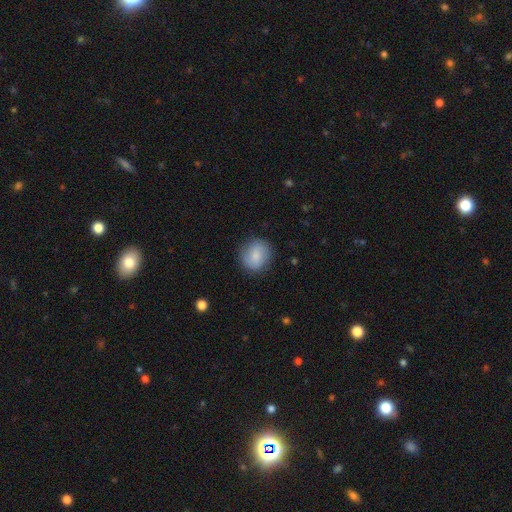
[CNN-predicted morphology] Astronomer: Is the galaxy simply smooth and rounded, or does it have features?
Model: smooth — 77%.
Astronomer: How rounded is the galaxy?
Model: round — 83%.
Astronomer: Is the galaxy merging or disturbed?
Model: none — 85%.